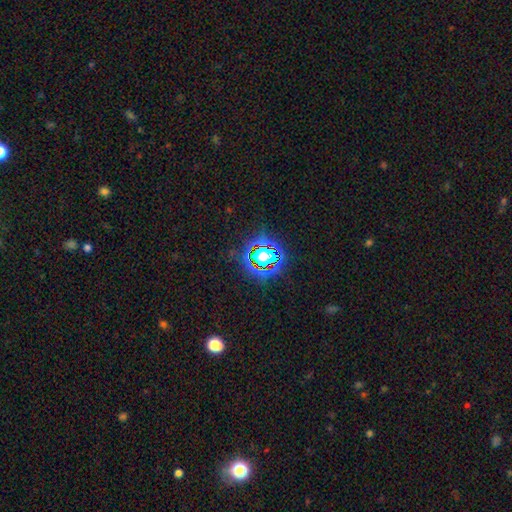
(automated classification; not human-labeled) A star or artifact, not a galaxy (77%).